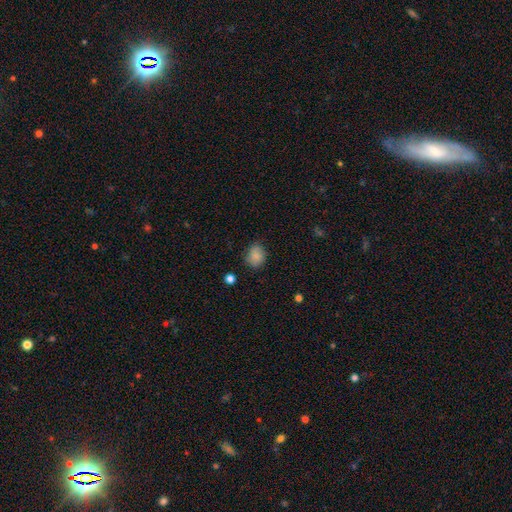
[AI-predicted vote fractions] This appears to be a smooth galaxy with no disk features (85%) that is round (56%). Merging: none (73%).